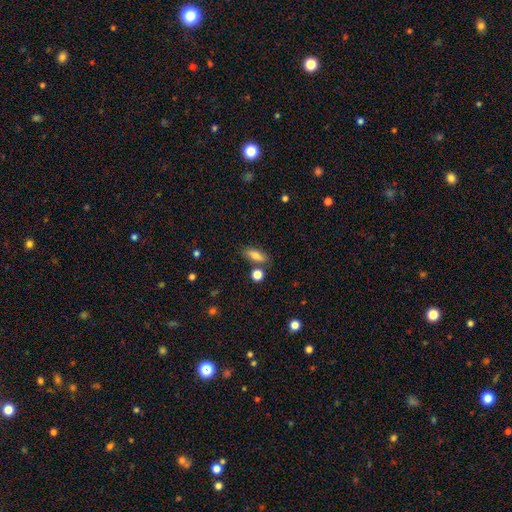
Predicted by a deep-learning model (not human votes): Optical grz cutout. It shows a smooth galaxy with no disk features (77%) that is in between round and cigar-shaped (71%). Merging: none (75%).